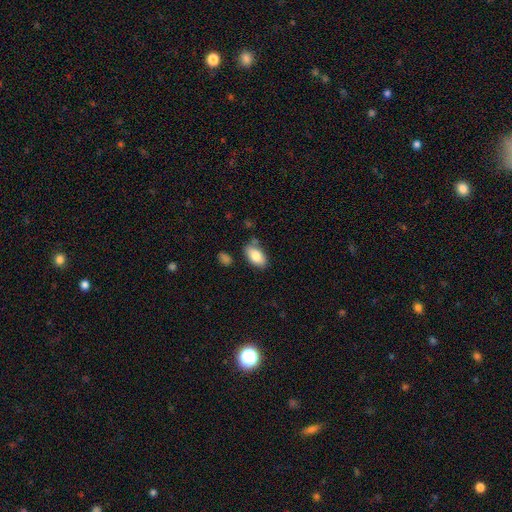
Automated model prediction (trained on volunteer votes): Morphology: type=smooth (82%); roundness=in between (93%); merging=none (73%).